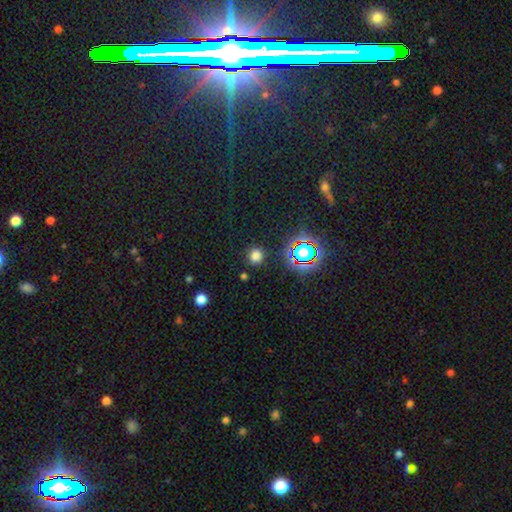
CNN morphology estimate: A smooth galaxy with no disk features (72%) that is round (88%). Merging: none (87%).